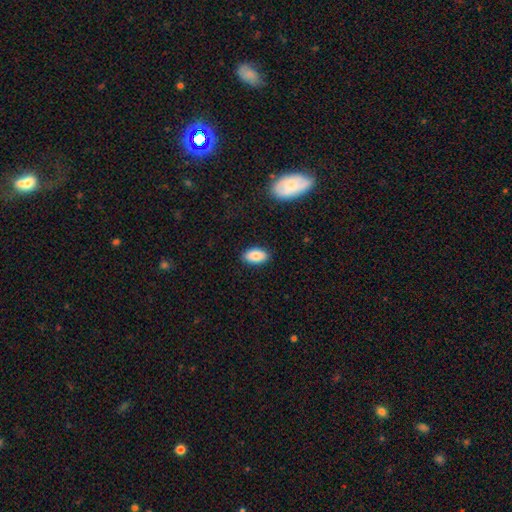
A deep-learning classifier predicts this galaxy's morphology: smooth 85%, star or artifact 7%, featured or disk 7%. Down the decision tree: how rounded — in between (94%); merging — none (88%).